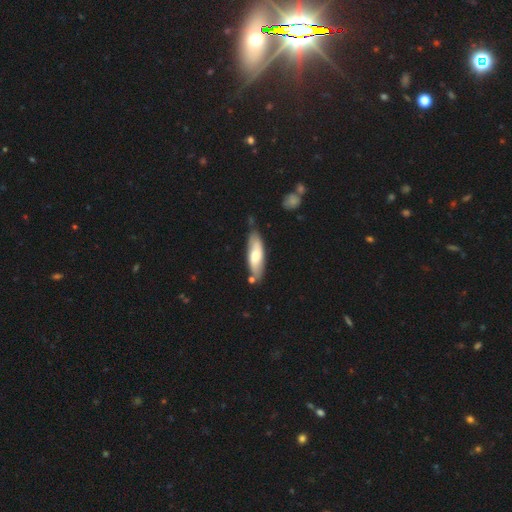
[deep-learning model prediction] This appears to be a smooth galaxy with no disk features (62%) that is cigar-shaped (50%). Merging: none (71%).